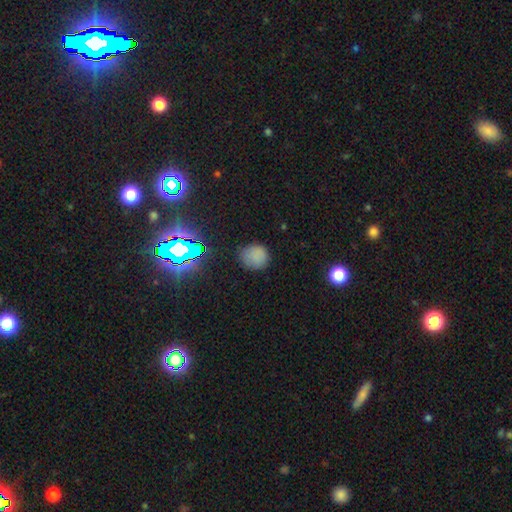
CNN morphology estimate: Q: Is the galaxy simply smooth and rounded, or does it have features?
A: smooth — 76%.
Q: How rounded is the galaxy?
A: round — 85%.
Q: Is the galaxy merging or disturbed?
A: none — 80%.